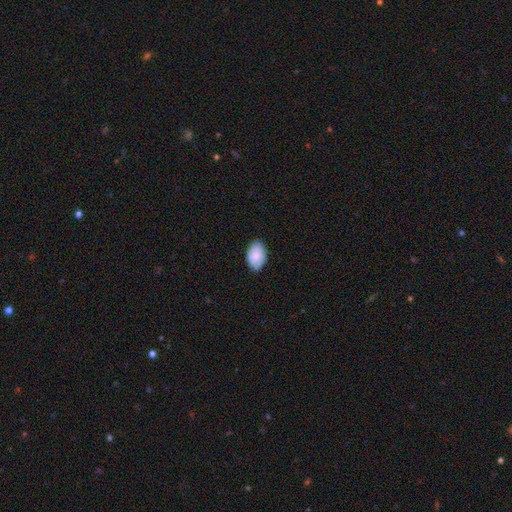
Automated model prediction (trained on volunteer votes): This is clearly a smooth galaxy (84%). How rounded: clearly in between (91%). Merging: clearly none (82%).